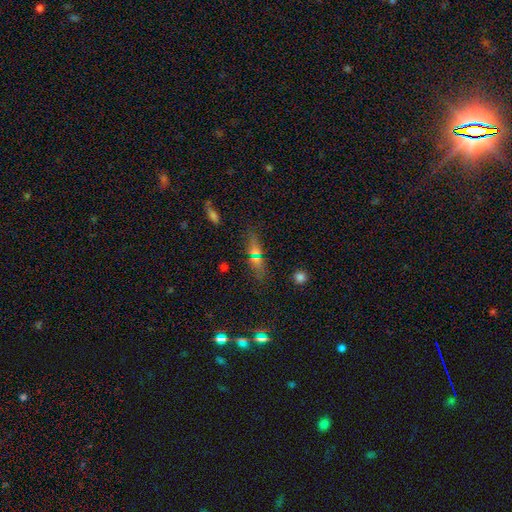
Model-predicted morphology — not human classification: smooth-or-featured: smooth: 51% | star or artifact: 27% | featured or disk: 22%
  how-rounded: in between: 57% | cigar-shaped: 34% | round: 10%
  merging: none: 79% | minor disturbance: 12% | merger: 5% | major disturbance: 5%